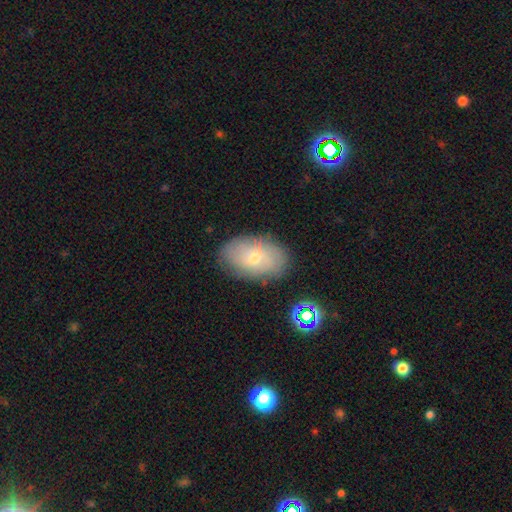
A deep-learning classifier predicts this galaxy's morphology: type=smooth (50%); merging=none (82%).